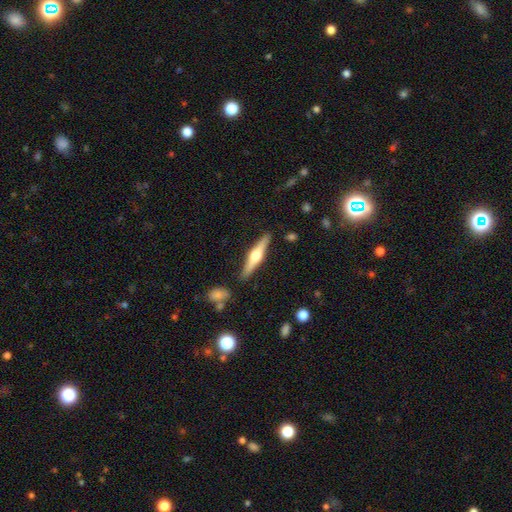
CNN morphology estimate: Smooth or featured?
  - featured or disk: 69% *
  - smooth: 26%
  - star or artifact: 5%
Edge-on disk?
  - yes: 97% *
  - no: 3%
Edge-on bulge?
  - rounded: 94% *
  - boxy: 4%
  - none: 2%
Merging?
  - none: 88% *
  - minor disturbance: 8%
  - merger: 2%
  - major disturbance: 2%